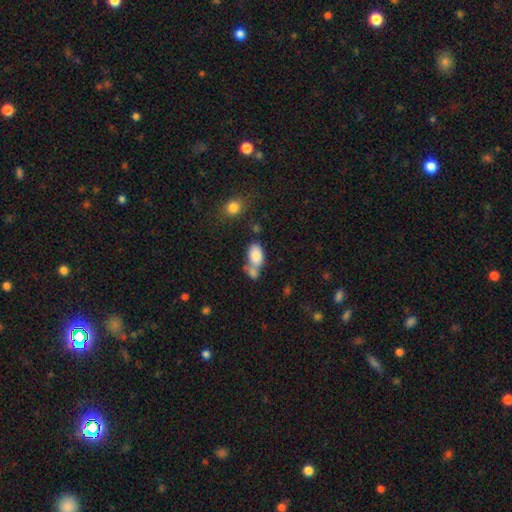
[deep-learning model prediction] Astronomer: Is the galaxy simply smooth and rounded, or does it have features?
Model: smooth — 80%.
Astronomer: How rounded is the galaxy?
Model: in between — 91%.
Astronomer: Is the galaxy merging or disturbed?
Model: merger — 45% (runner-up: none, 36%).